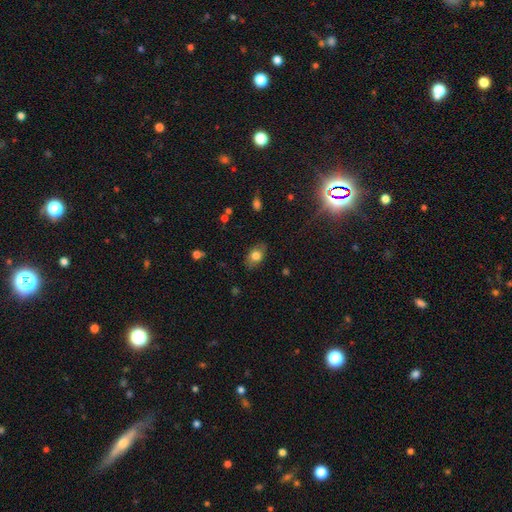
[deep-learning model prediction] Smooth or featured: smooth — 77% (featured or disk — 15%)
How rounded: in between — 82% (round — 17%)
Merging: none — 80% (minor disturbance — 15%)